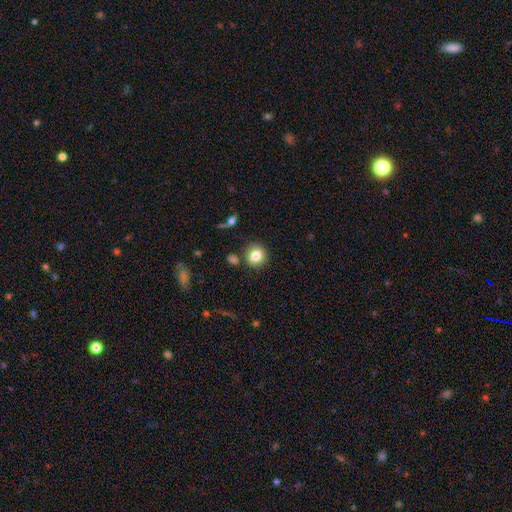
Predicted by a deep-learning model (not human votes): Smooth or featured: smooth — 81% (star or artifact — 10%)
How rounded: round — 82% (in between — 17%)
Merging: none — 84% (minor disturbance — 9%)